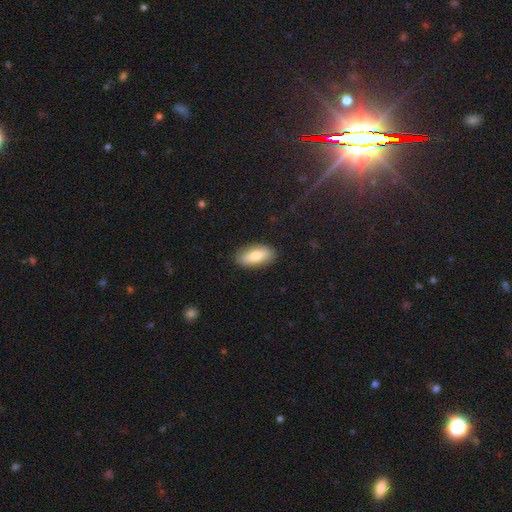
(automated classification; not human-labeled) Smooth or featured? Predicted: smooth (p=0.75). How rounded? Predicted: in between (p=0.83). Merging? Predicted: none (p=0.86).